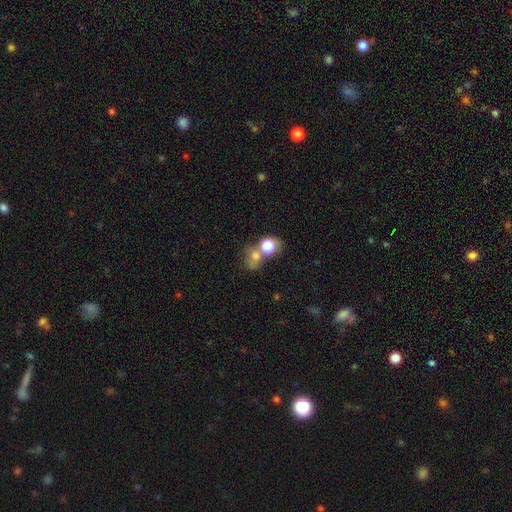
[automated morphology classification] smooth 60%, star or artifact 23%, featured or disk 17%. Down the decision tree: how rounded — round (64%); merging — merger (44%).